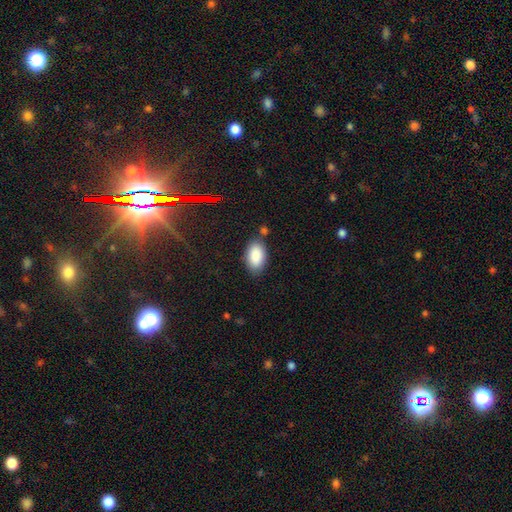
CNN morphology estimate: Smooth or featured: smooth — 88% (star or artifact — 7%)
How rounded: in between — 94% (round — 4%)
Merging: none — 77% (minor disturbance — 14%)